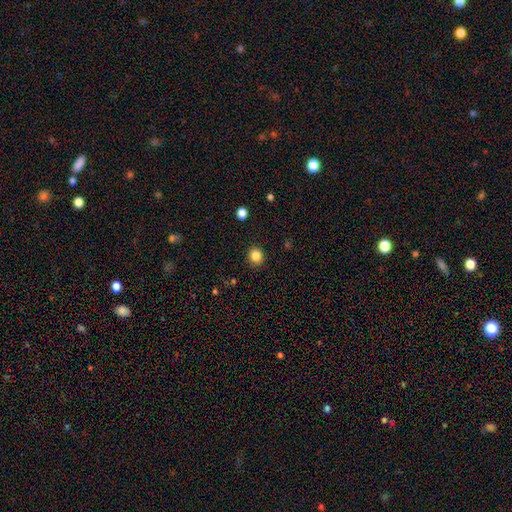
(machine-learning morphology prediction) smooth-or-featured: smooth: 84% | star or artifact: 11% | featured or disk: 4%
  how-rounded: round: 80% | in between: 19% | cigar-shaped: 1%
  merging: none: 90% | minor disturbance: 6% | major disturbance: 2% | merger: 1%